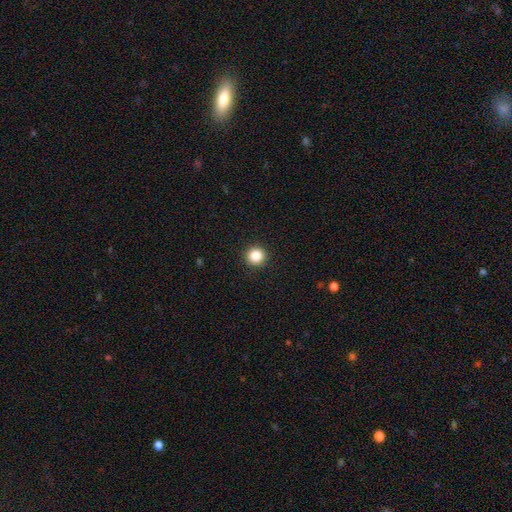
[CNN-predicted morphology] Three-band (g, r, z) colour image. It shows a smooth galaxy with no disk features (85%) that is round (95%). Merging: none (93%).